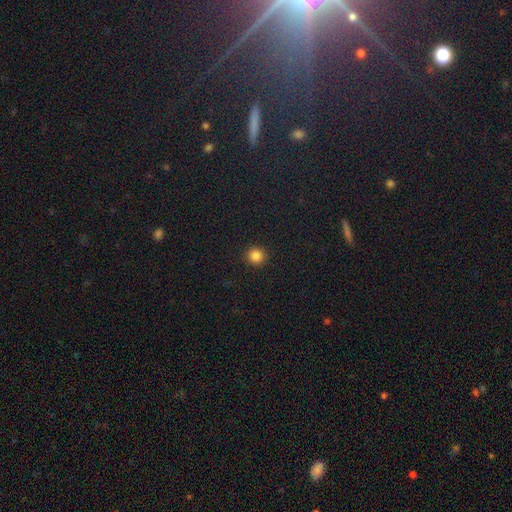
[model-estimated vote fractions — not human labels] A smooth galaxy with no disk features (85%) that is round (95%). Merging: none (93%).